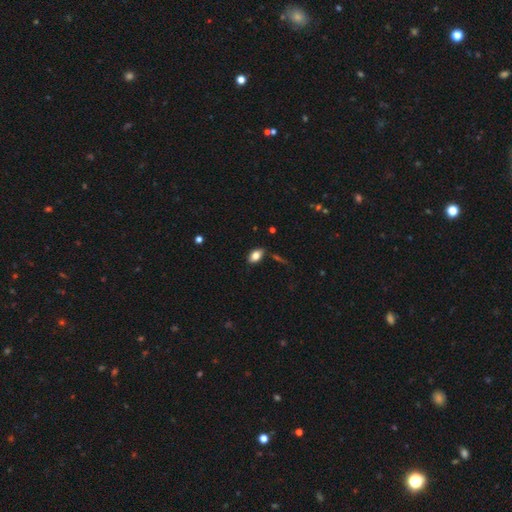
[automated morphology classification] type=smooth (79%); roundness=in between (89%); merging=none (81%).